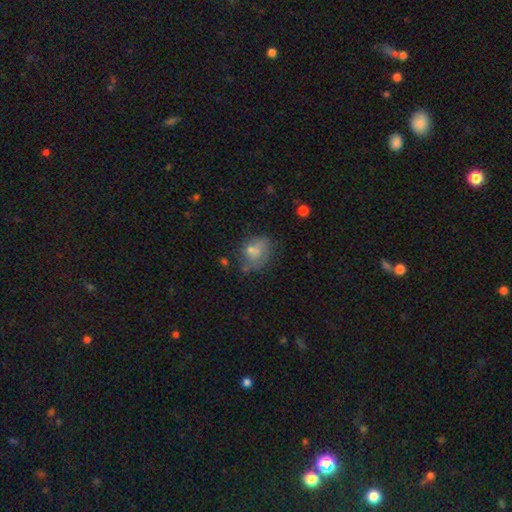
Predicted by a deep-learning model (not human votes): Smooth or featured: smooth — 54% (featured or disk — 32%)
How rounded: round — 50% (in between — 49%)
Merging: none — 52% (minor disturbance — 27%)